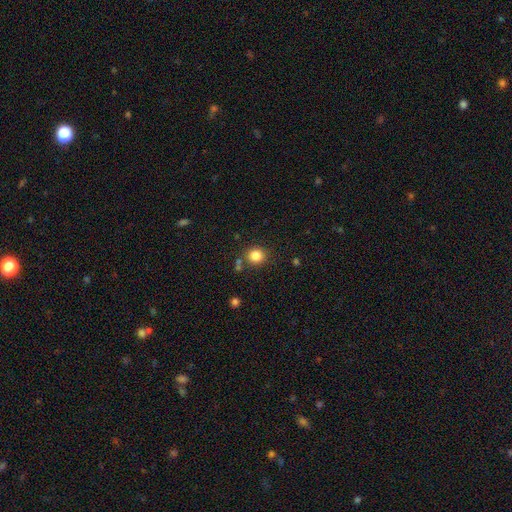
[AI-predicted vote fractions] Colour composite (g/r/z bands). It shows a smooth galaxy with no disk features (83%) that is round (86%). Merging: none (80%).